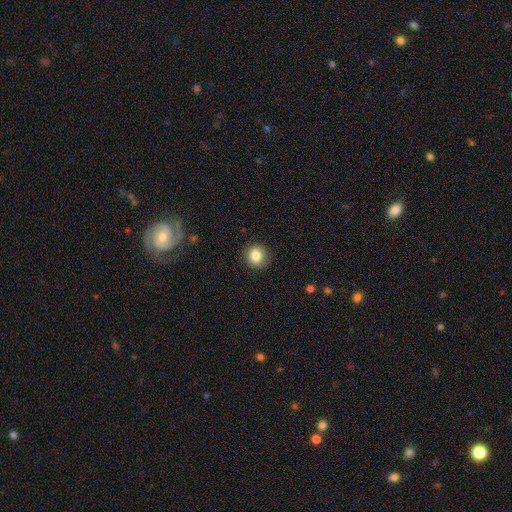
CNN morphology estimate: smooth 83%, star or artifact 10%, featured or disk 7%. Down the decision tree: how rounded — round (89%); merging — none (87%).